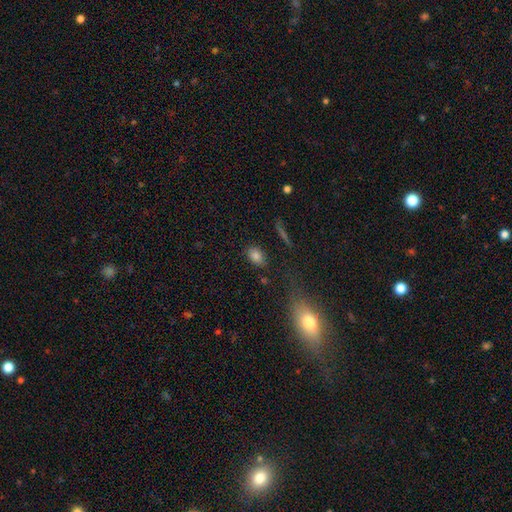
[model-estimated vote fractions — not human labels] Smooth or featured? smooth (82%)
How rounded? in between (82%)
Merging? none (81%)